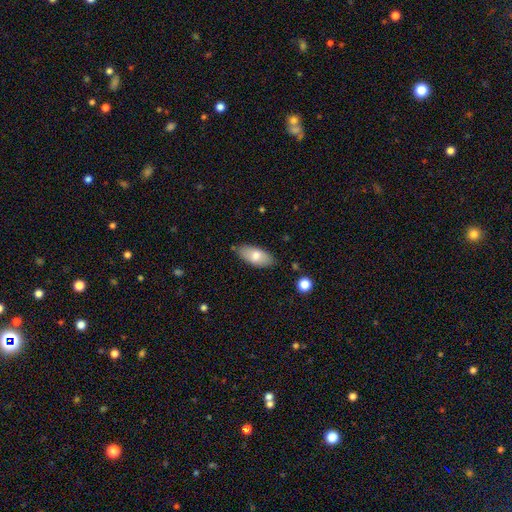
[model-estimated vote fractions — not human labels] Morphology: type=smooth (75%); roundness=in between (89%); merging=none (81%).